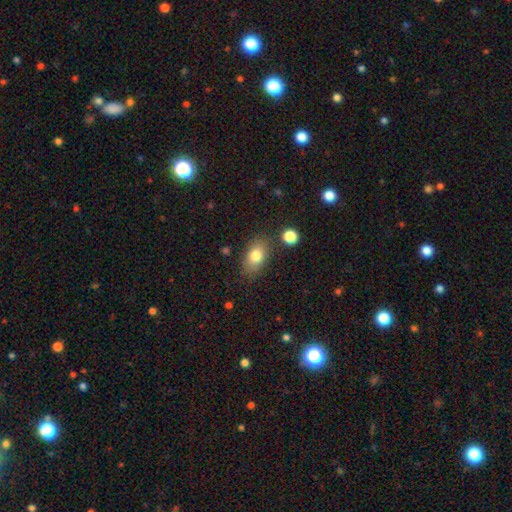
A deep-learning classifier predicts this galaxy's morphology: A smooth galaxy with no disk features (80%) that is in between round and cigar-shaped (86%). Merging: none (80%).